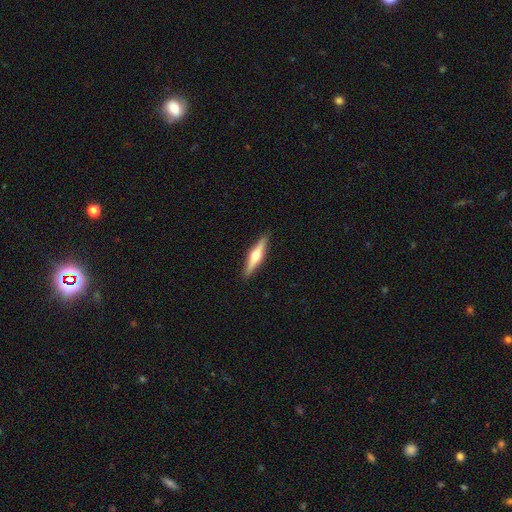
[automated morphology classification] Smooth or featured? featured or disk (64%)
Edge-on disk? yes (97%)
Edge-on bulge? rounded (94%)
Merging? none (91%)